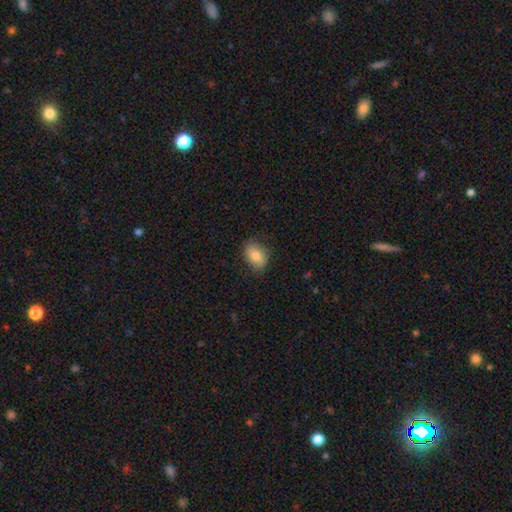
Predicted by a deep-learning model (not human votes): smooth-or-featured: smooth: 76% | featured or disk: 16% | star or artifact: 8%
  how-rounded: in between: 74% | round: 25% | cigar-shaped: 1%
  merging: none: 78% | minor disturbance: 17% | major disturbance: 4% | merger: 1%